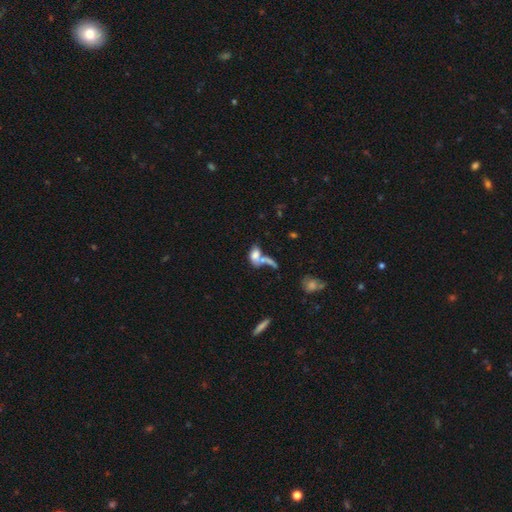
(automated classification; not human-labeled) Smooth or featured? smooth (69%)
How rounded? in between (82%)
Merging? merger (55%)